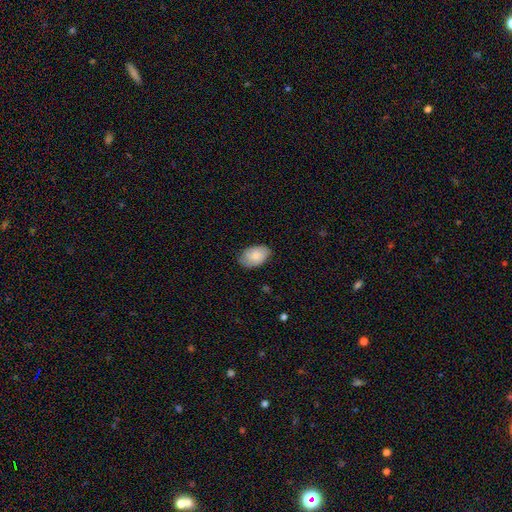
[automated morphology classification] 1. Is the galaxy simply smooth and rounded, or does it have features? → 80% smooth, 14% featured or disk, 6% star or artifact.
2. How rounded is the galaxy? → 91% in between, 7% round, 1% cigar-shaped.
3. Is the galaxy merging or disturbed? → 75% none, 21% minor disturbance, 3% major disturbance, 1% merger.